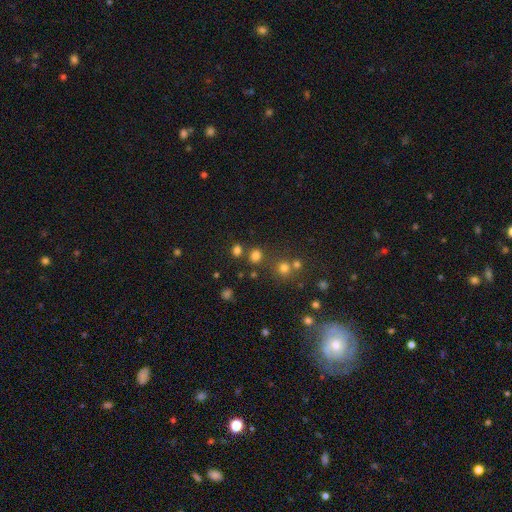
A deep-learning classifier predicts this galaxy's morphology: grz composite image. It shows a smooth galaxy with no disk features (75%) that is round (68%). Merging: none (75%).